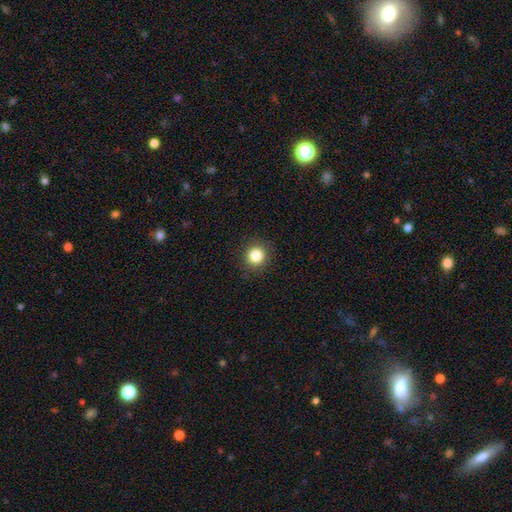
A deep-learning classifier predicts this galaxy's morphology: This appears to be a smooth galaxy with no disk features (84%) that is round (90%). Merging: none (90%).